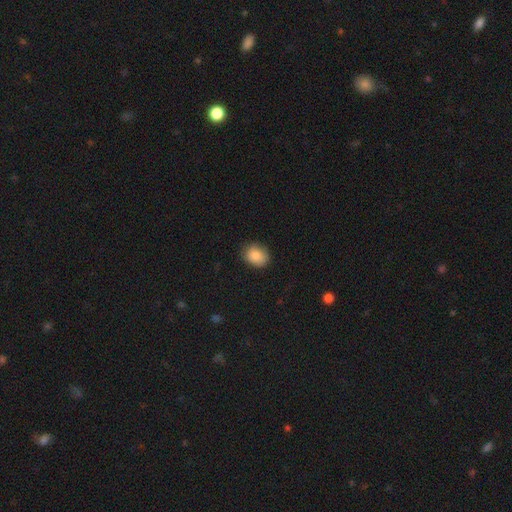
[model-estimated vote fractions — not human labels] smooth_or_featured: smooth (p=0.87) [alt: star or artifact p=0.08]
how_rounded: in between (p=0.52) [alt: round p=0.47]
merging: none (p=0.80) [alt: minor disturbance p=0.16]